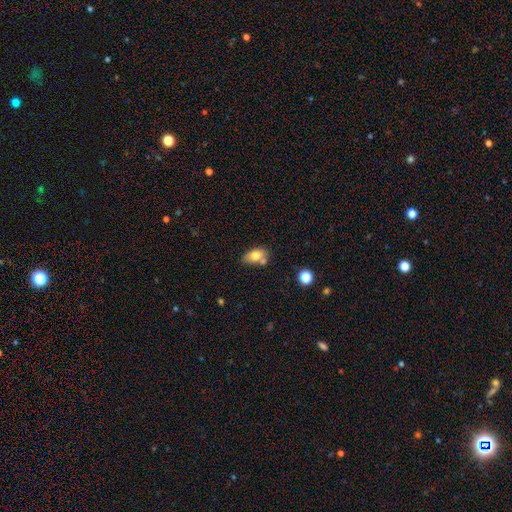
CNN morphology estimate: smooth_or_featured: smooth (p=0.75) [alt: featured or disk p=0.16]
how_rounded: in between (p=0.85) [alt: round p=0.12]
merging: none (p=0.58) [alt: merger p=0.21]